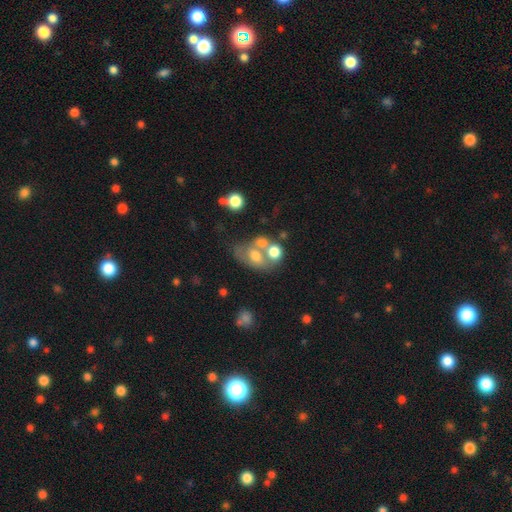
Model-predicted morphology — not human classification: This appears to be a smooth galaxy with no disk features (53%) that is in between round and cigar-shaped (70%). Merging: merger (49%).